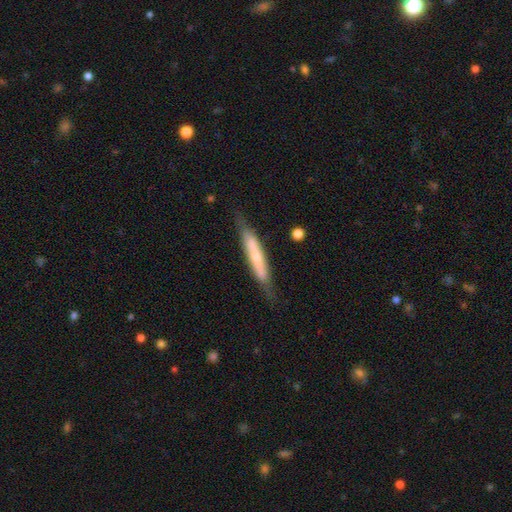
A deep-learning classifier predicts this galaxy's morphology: Q: Smooth or featured?
A: smooth (49%); runner-up: featured or disk (45%)
Q: Merging?
A: none (74%); runner-up: minor disturbance (19%)